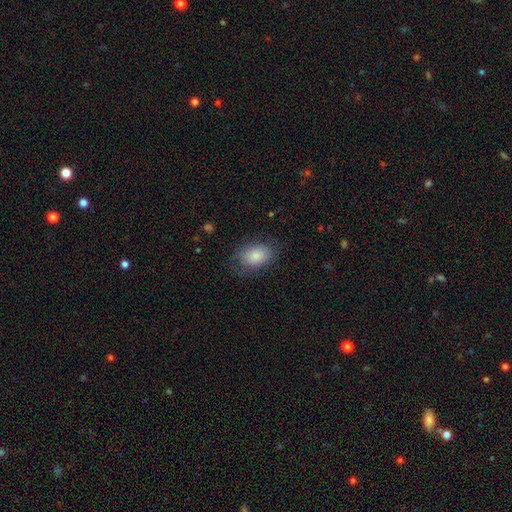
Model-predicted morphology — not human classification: Smooth or featured: smooth — 81% (featured or disk — 12%)
How rounded: in between — 82% (round — 17%)
Merging: none — 69% (minor disturbance — 20%)